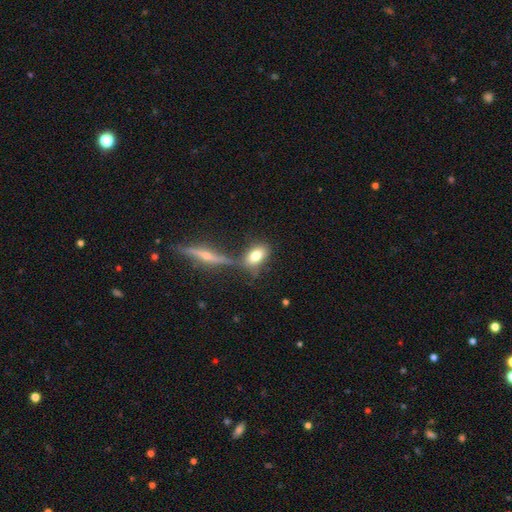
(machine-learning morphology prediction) Smooth or featured?
  - smooth: 72% *
  - featured or disk: 18%
  - star or artifact: 10%
How rounded?
  - in between: 82% *
  - round: 12%
  - cigar-shaped: 7%
Merging?
  - none: 57% *
  - merger: 24%
  - minor disturbance: 14%
  - major disturbance: 6%